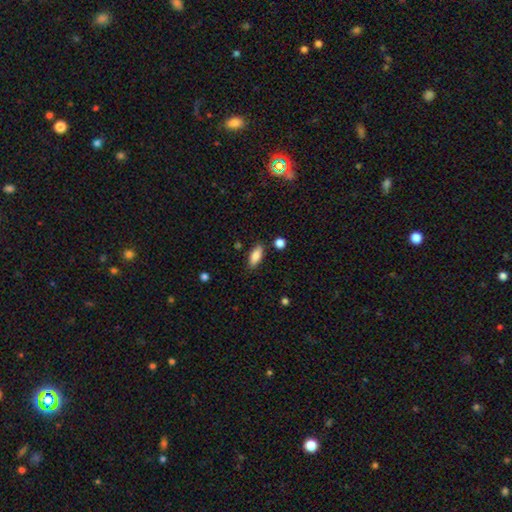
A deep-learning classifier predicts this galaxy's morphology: smooth-or-featured: smooth: 85% | featured or disk: 8% | star or artifact: 7%
  how-rounded: in between: 79% | cigar-shaped: 18% | round: 3%
  merging: none: 83% | minor disturbance: 12% | merger: 3% | major disturbance: 3%